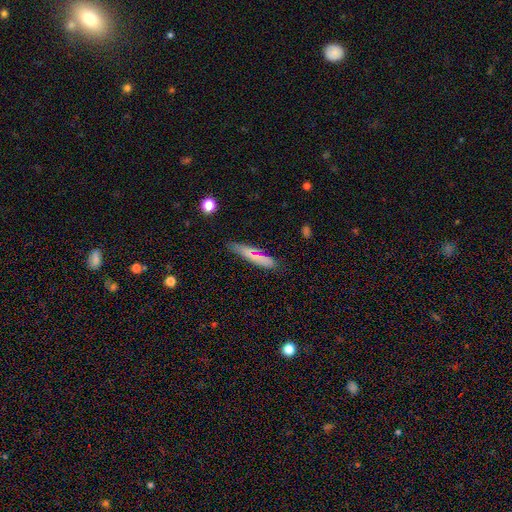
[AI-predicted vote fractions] Smooth or featured? Predicted: smooth (p=0.65). How rounded? Predicted: cigar-shaped (p=0.83). Merging? Predicted: none (p=0.77).